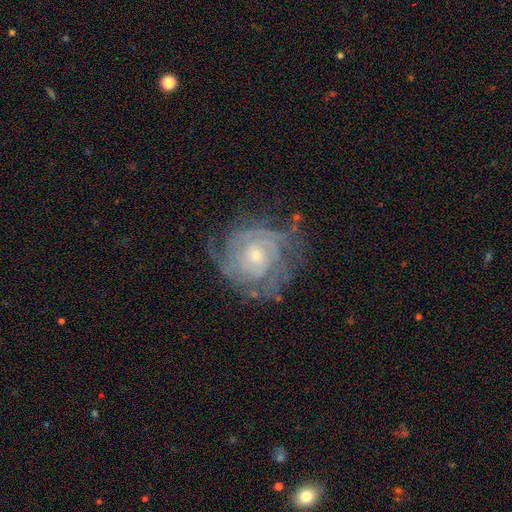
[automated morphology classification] Smooth or featured? featured or disk (85%)
Edge-on disk? no (97%)
Bar? no (75%)
Spiral arms? yes (95%)
Spiral winding? tight (75%)
Spiral arm count? can't tell (35%)
Bulge size? small (69%)
Merging? none (69%)